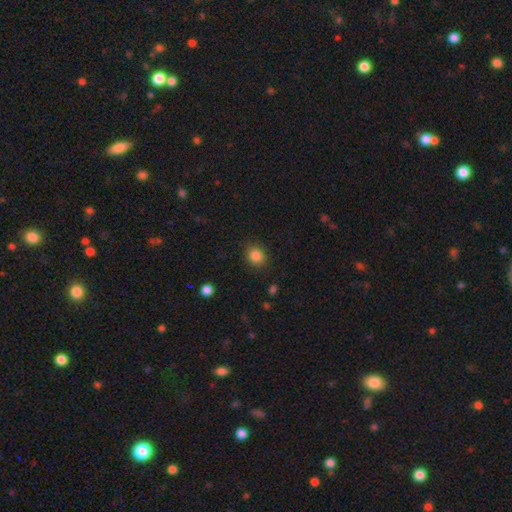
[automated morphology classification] Smooth or featured? smooth (85%)
How rounded? round (74%)
Merging? none (88%)